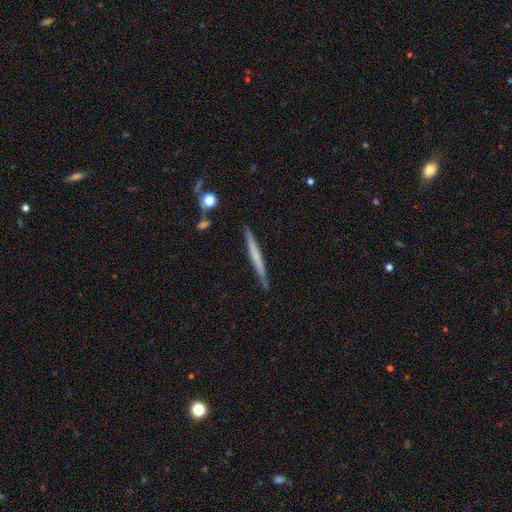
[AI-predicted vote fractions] A featured or disk galaxy (48%).

Vote fractions:
- Smooth or featured? featured or disk: 48% / smooth: 46% / star or artifact: 6%
- Merging? none: 87% / minor disturbance: 9% / major disturbance: 2% / merger: 2%